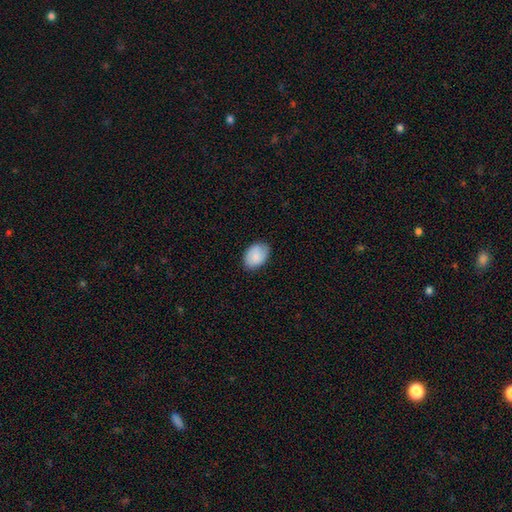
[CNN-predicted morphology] A smooth galaxy with no disk features (84%) that is in between round and cigar-shaped (79%). Merging: none (80%).